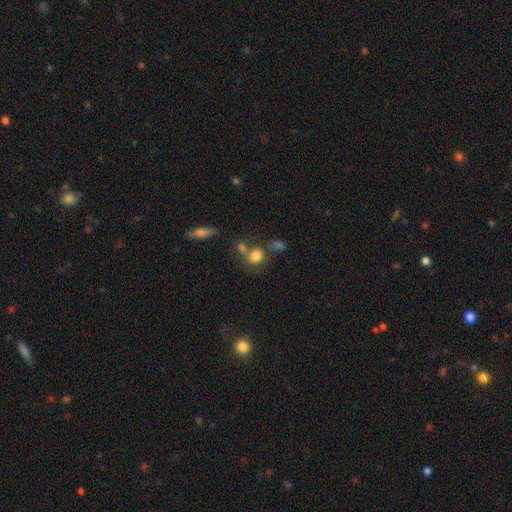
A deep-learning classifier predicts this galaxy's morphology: smooth-or-featured: smooth: 77% | featured or disk: 11% | star or artifact: 11%
  how-rounded: round: 71% | in between: 27% | cigar-shaped: 2%
  merging: none: 46% | merger: 32% | minor disturbance: 14% | major disturbance: 8%